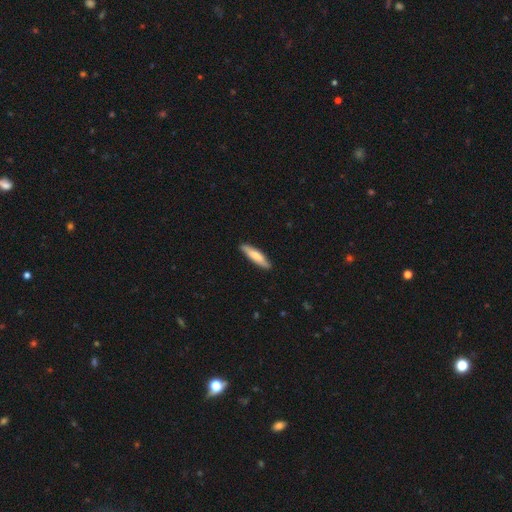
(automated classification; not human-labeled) This appears to be a smooth galaxy with no disk features (74%) that is cigar-shaped (78%). Merging: none (87%).